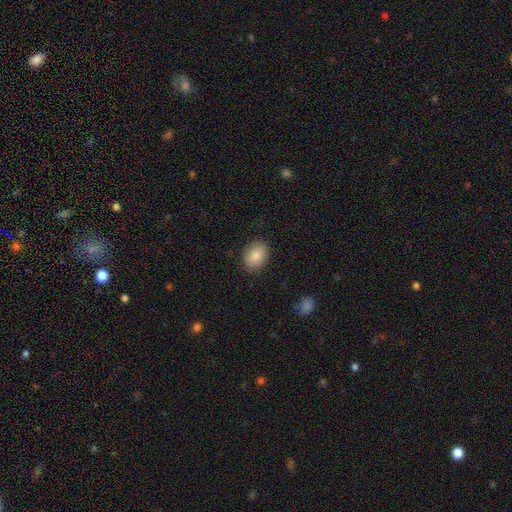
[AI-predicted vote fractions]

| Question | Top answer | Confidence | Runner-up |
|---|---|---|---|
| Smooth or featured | smooth | 86% | star or artifact (8%) |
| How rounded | in between | 61% | round (38%) |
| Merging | none | 87% | minor disturbance (9%) |